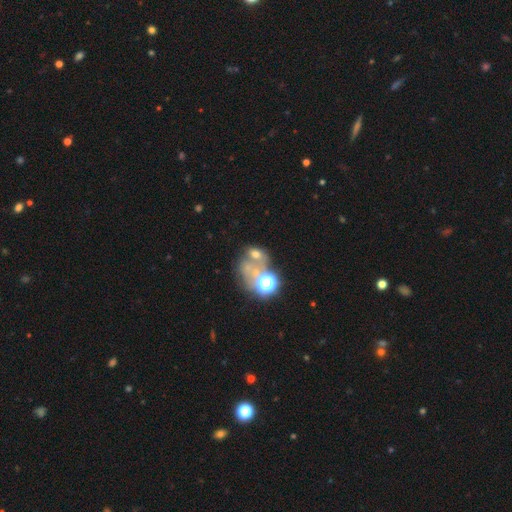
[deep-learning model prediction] Smooth or featured? star or artifact (40%)